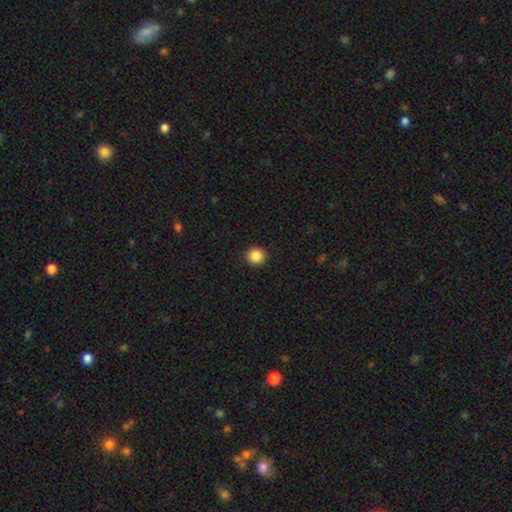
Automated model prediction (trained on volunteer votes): This is clearly a smooth galaxy (87%). How rounded: clearly round (93%). Merging: clearly none (92%).